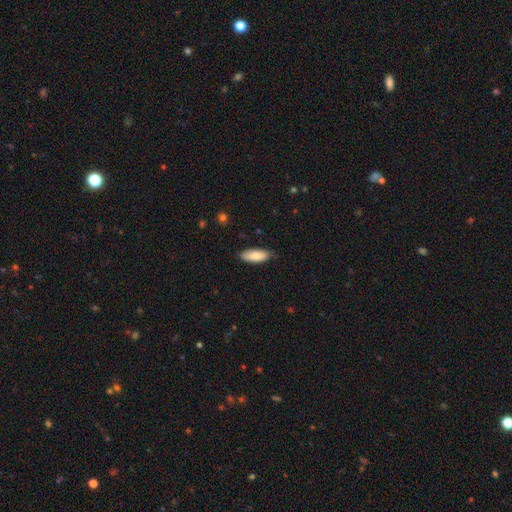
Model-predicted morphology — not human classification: The model was most divided on "how rounded": in between: 75%, cigar-shaped: 23%, round: 2%. More confident: smooth or featured — smooth (85%); merging — none (79%).